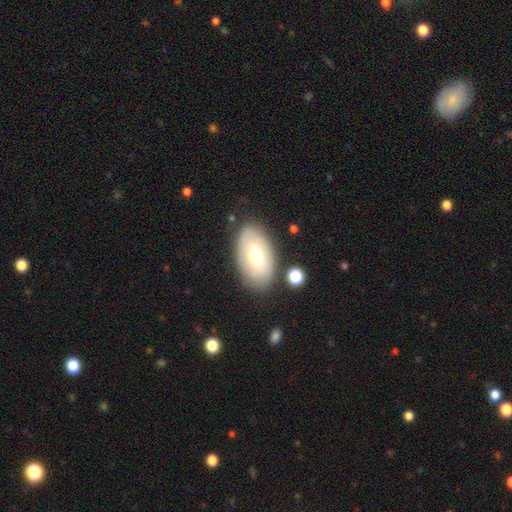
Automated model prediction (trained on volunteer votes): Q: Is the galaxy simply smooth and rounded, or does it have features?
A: smooth — 60%.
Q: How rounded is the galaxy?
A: in between — 92%.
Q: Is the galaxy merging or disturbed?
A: none — 79%.